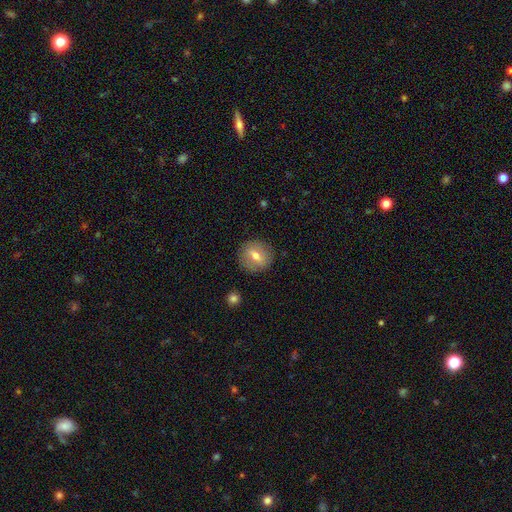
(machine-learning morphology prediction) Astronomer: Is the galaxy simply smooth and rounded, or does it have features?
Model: smooth — 54% (runner-up: featured or disk, 38%).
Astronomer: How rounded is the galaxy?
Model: round — 84%.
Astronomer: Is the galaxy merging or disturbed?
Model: none — 85%.